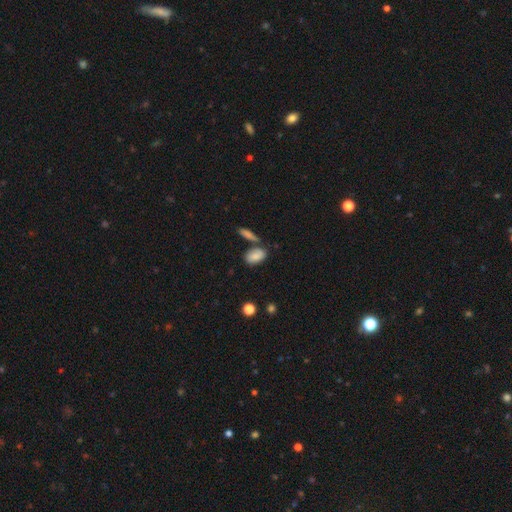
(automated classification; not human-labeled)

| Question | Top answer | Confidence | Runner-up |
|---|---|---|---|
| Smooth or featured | smooth | 84% | featured or disk (9%) |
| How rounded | in between | 90% | cigar-shaped (5%) |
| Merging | none | 59% | merger (22%) |